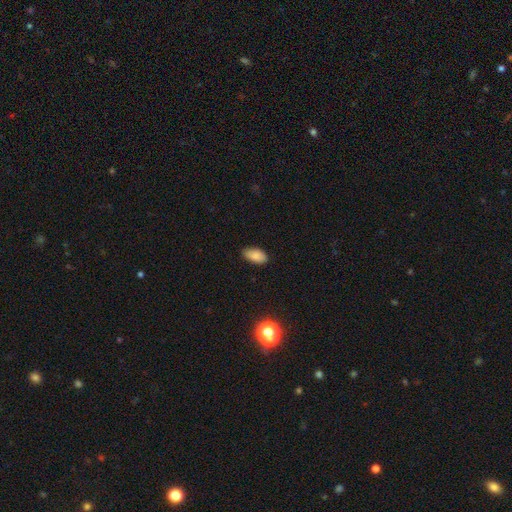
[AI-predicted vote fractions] A smooth galaxy with no disk features (86%) that is in between round and cigar-shaped (93%). Merging: none (83%).